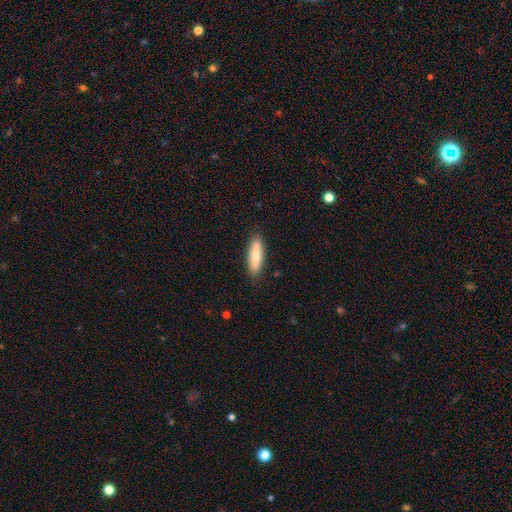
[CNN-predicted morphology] type=smooth (73%); roundness=cigar-shaped (49%, tied with in between); merging=none (88%).